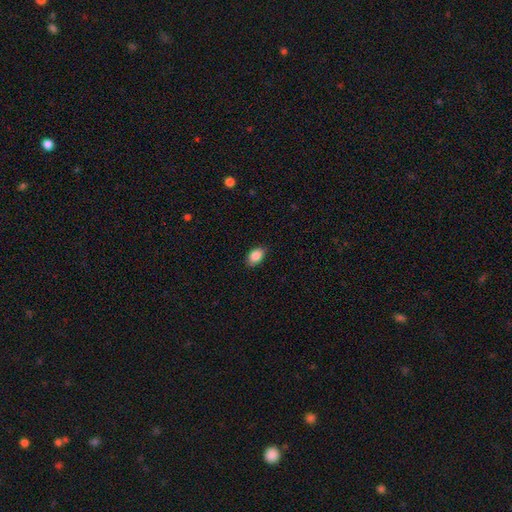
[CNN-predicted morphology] Smooth or featured?
  - smooth: 88% *
  - star or artifact: 8%
  - featured or disk: 4%
How rounded?
  - in between: 87% *
  - round: 12%
  - cigar-shaped: 1%
Merging?
  - none: 81% *
  - minor disturbance: 16%
  - major disturbance: 3%
  - merger: 1%